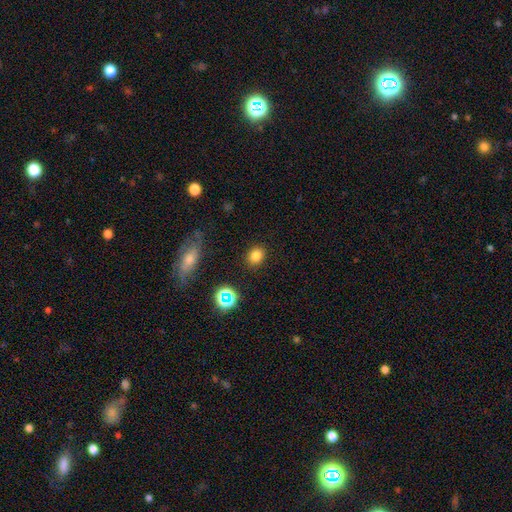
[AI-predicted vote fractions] Q: Smooth or featured?
A: smooth (80%); runner-up: star or artifact (14%)
Q: How rounded?
A: round (67%); runner-up: in between (32%)
Q: Merging?
A: none (87%); runner-up: minor disturbance (8%)